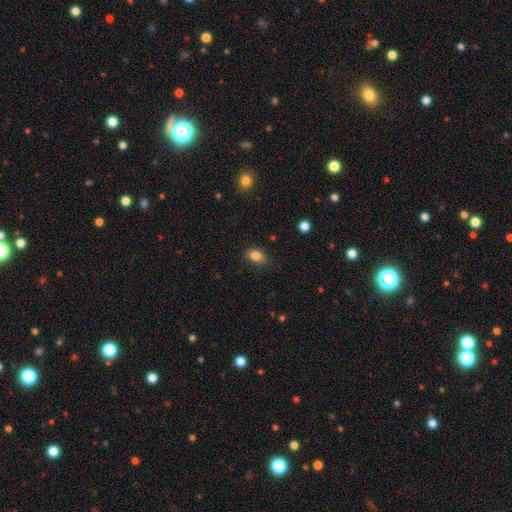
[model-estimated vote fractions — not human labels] Q: Smooth or featured?
A: smooth (84%); runner-up: star or artifact (10%)
Q: How rounded?
A: in between (81%); runner-up: round (18%)
Q: Merging?
A: none (83%); runner-up: minor disturbance (13%)